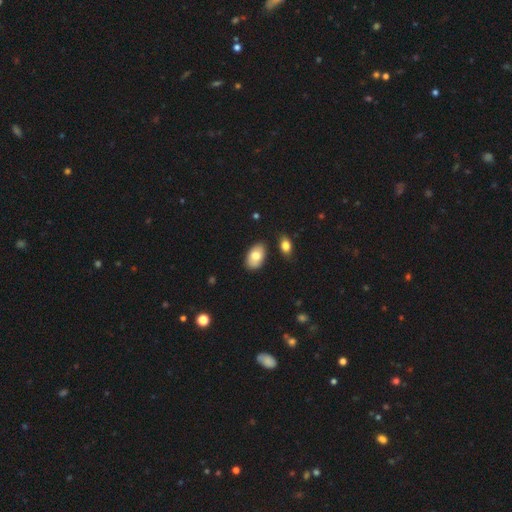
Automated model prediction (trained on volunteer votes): The model was most divided on "smooth or featured": smooth: 76%, featured or disk: 18%, star or artifact: 7%. More confident: how rounded — in between (93%); merging — none (81%).